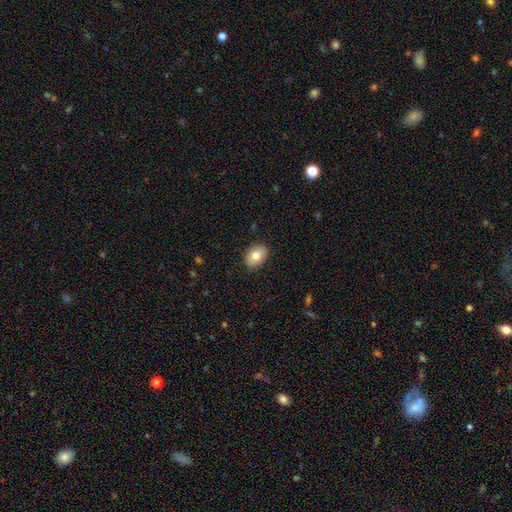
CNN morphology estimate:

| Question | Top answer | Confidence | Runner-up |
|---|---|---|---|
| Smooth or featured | smooth | 79% | featured or disk (13%) |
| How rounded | in between | 75% | round (24%) |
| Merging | none | 89% | minor disturbance (8%) |